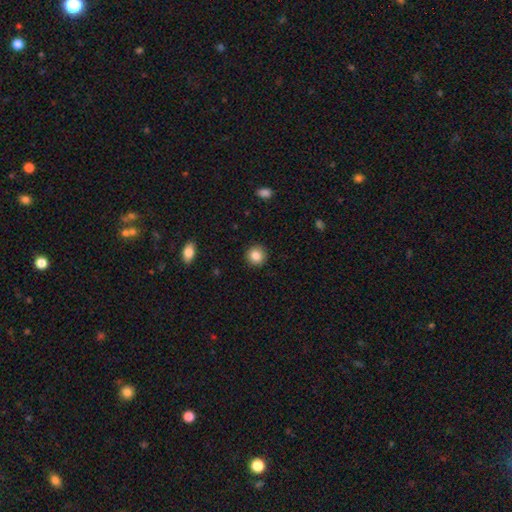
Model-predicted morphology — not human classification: Smooth or featured: smooth — 85% (star or artifact — 10%)
How rounded: round — 92% (in between — 7%)
Merging: none — 91% (minor disturbance — 6%)